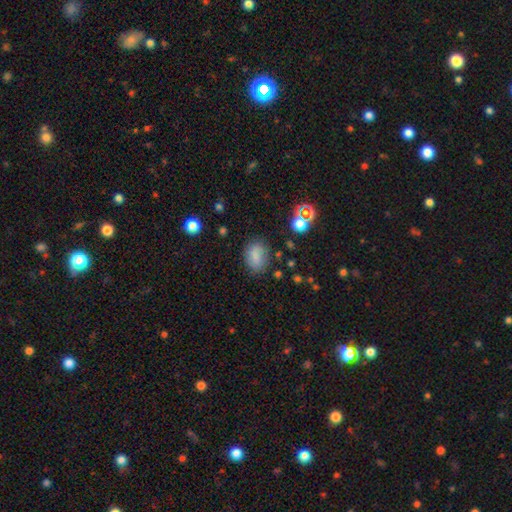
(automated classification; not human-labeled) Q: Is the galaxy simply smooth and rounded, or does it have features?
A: smooth — 82%.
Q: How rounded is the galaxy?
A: in between — 76%.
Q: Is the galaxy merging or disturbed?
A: none — 76%.